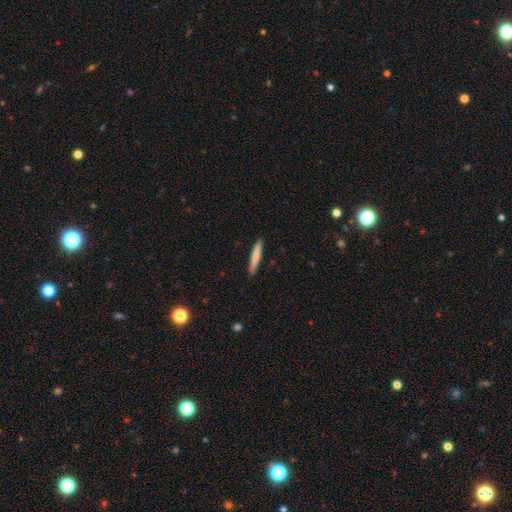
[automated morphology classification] This is likely a smooth galaxy (79%). How rounded: clearly cigar-shaped (95%). Merging: clearly none (91%).